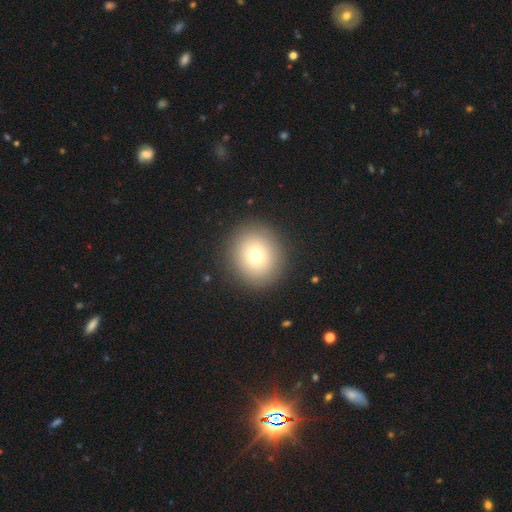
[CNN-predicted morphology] Smooth or featured: smooth — 76% (star or artifact — 12%)
How rounded: round — 88% (in between — 12%)
Merging: none — 90% (minor disturbance — 6%)